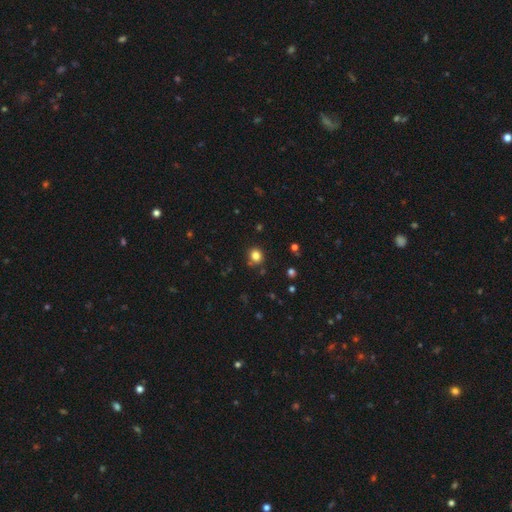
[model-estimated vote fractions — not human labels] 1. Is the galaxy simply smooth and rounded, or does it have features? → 82% smooth, 13% star or artifact, 5% featured or disk.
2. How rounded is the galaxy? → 84% round, 15% in between, 1% cigar-shaped.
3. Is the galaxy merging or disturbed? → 84% none, 10% minor disturbance, 3% merger, 3% major disturbance.